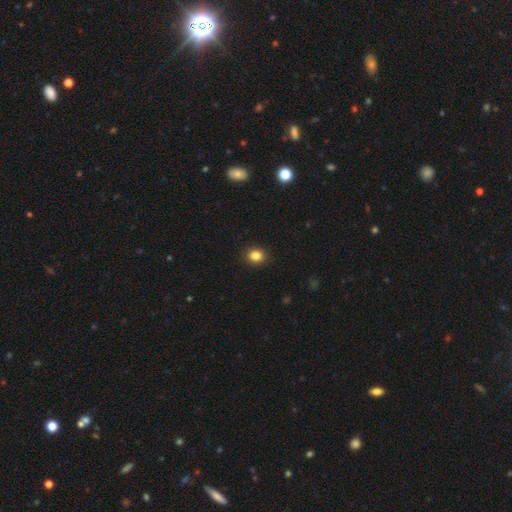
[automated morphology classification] smooth 84%, star or artifact 11%, featured or disk 5%. Down the decision tree: how rounded — round (73%); merging — none (91%).